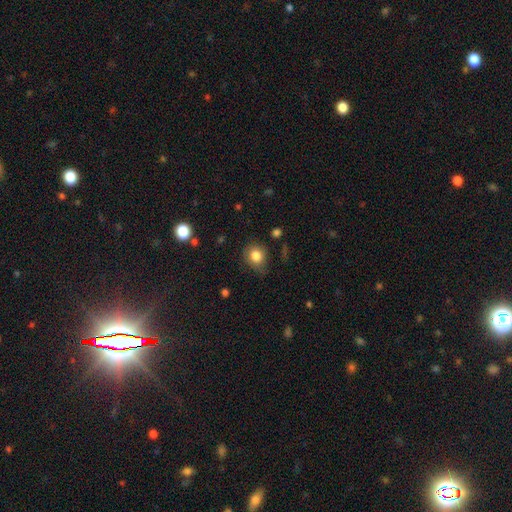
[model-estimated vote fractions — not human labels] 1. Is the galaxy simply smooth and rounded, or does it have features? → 83% smooth, 10% star or artifact, 7% featured or disk.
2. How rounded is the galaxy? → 72% round, 27% in between, 1% cigar-shaped.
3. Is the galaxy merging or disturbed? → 70% none, 22% minor disturbance, 6% major disturbance, 2% merger.